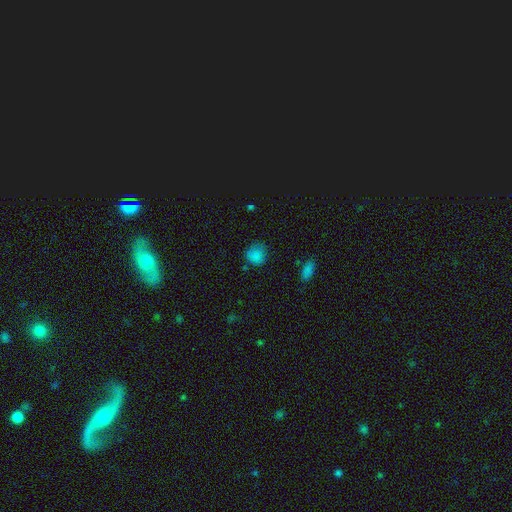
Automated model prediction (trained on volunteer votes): The model was most divided on "merging": none: 72%, minor disturbance: 21%, major disturbance: 5%, merger: 3%. More confident: how rounded — round (83%); smooth or featured — smooth (83%).